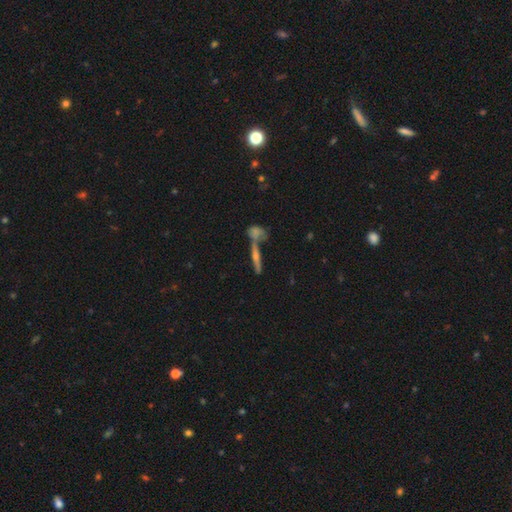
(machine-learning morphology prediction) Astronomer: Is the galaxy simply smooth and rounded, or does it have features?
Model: smooth — 38% (runner-up: featured or disk, 34%).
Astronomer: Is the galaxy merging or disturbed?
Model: none — 45% (runner-up: merger, 36%).